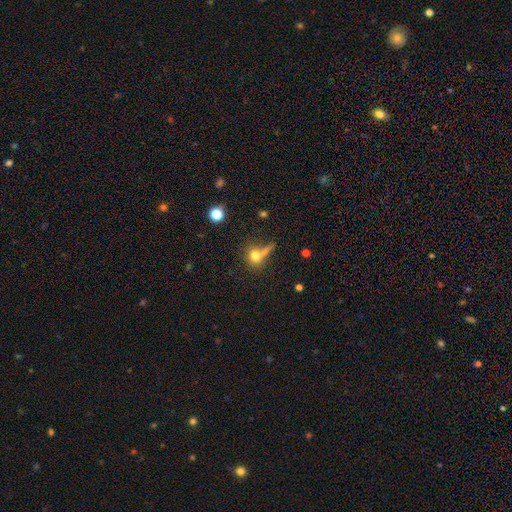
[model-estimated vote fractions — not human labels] This is likely a smooth galaxy (73%). How rounded: likely round (69%). Merging: possibly none (45%).